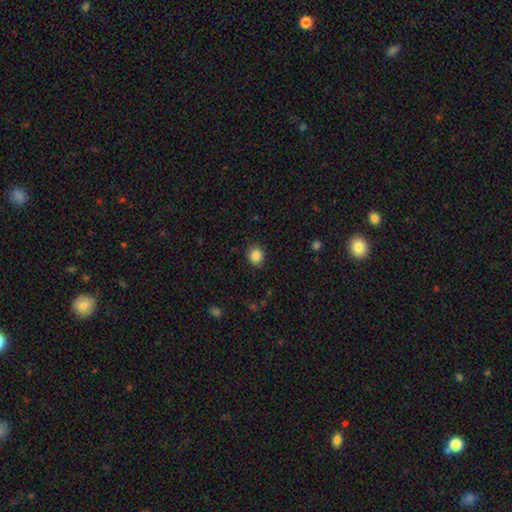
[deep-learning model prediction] A smooth galaxy with no disk features (87%) that is round (79%).

Vote fractions:
- Smooth or featured? smooth: 87% / star or artifact: 10% / featured or disk: 4%
- How rounded? round: 79% / in between: 20% / cigar-shaped: 1%
- Merging? none: 88% / minor disturbance: 8% / major disturbance: 2% / merger: 1%